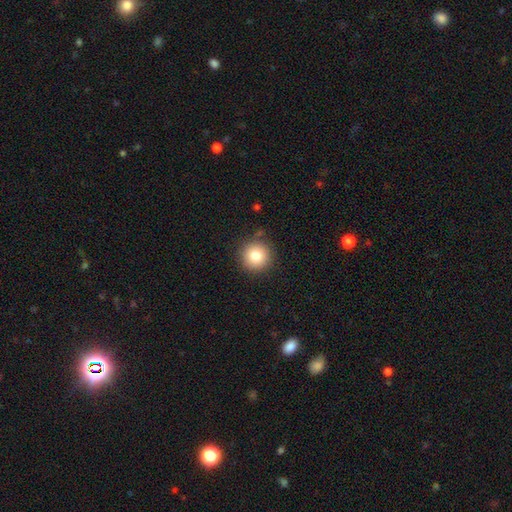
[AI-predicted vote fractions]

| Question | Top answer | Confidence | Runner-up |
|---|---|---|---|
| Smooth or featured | smooth | 81% | star or artifact (11%) |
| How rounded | round | 95% | in between (4%) |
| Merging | none | 88% | minor disturbance (8%) |